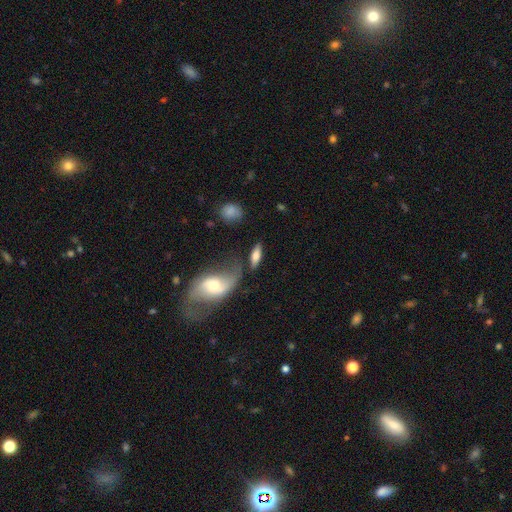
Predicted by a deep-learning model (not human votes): This is likely a smooth galaxy (64%). How rounded: likely in between (67%). Merging: possibly none (58%).